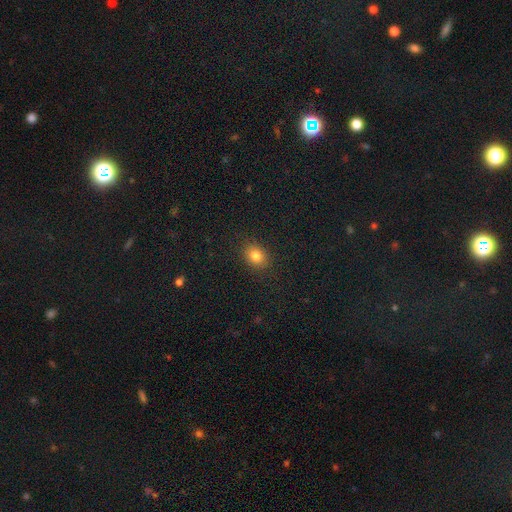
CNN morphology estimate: The model was most divided on "how rounded": in between: 54%, round: 45%, cigar-shaped: 1%. More confident: merging — none (89%); smooth or featured — smooth (82%).